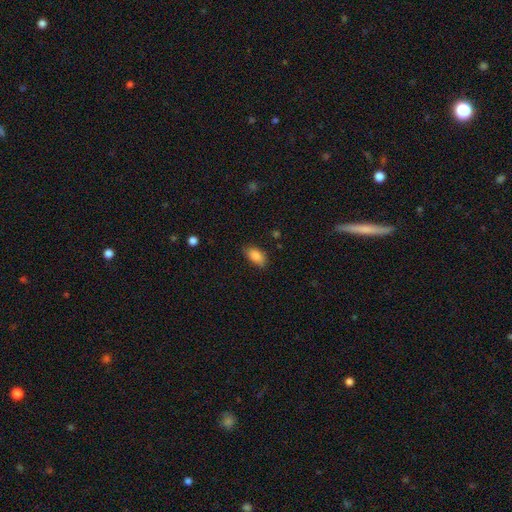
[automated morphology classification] Q: Smooth or featured?
A: smooth (86%); runner-up: star or artifact (8%)
Q: How rounded?
A: in between (91%); runner-up: round (5%)
Q: Merging?
A: none (80%); runner-up: minor disturbance (16%)